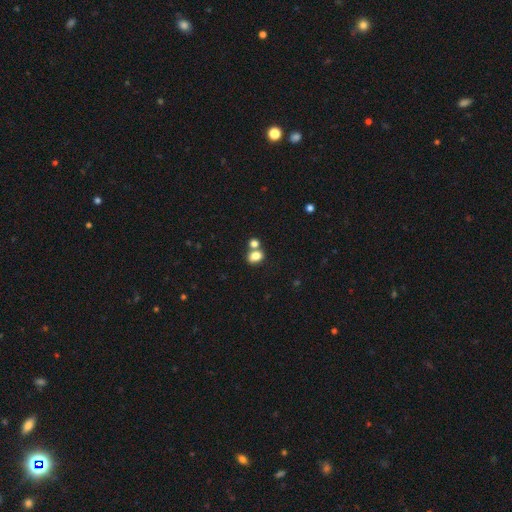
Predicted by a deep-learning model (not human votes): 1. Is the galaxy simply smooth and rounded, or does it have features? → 81% smooth, 11% star or artifact, 8% featured or disk.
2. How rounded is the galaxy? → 65% in between, 34% round, 1% cigar-shaped.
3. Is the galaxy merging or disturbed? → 52% none, 35% merger, 10% minor disturbance, 4% major disturbance.